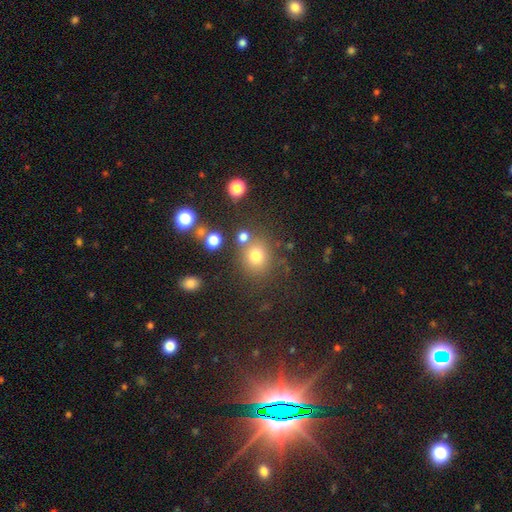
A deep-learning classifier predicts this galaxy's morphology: smooth 74%, star or artifact 17%, featured or disk 9%. Down the decision tree: how rounded — round (80%); merging — none (72%).